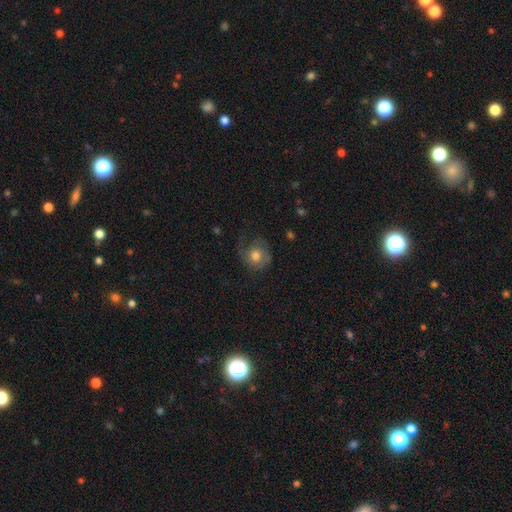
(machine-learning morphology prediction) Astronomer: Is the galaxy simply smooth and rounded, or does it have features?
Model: smooth — 54% (runner-up: featured or disk, 38%).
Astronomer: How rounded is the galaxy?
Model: round — 80%.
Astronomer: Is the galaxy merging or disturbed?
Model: none — 54%.